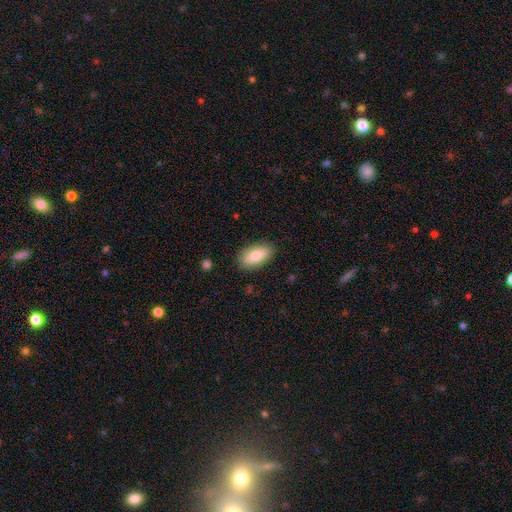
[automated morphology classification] A smooth galaxy with no disk features (80%) that is in between round and cigar-shaped (90%).

Vote fractions:
- Smooth or featured? smooth: 80% / featured or disk: 14% / star or artifact: 7%
- How rounded? in between: 90% / cigar-shaped: 7% / round: 3%
- Merging? none: 86% / minor disturbance: 10% / major disturbance: 2% / merger: 1%